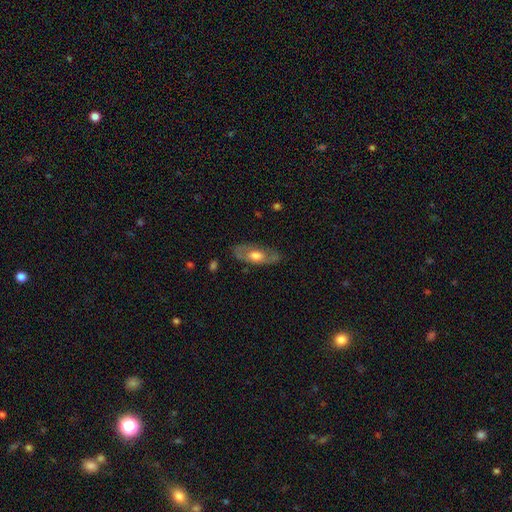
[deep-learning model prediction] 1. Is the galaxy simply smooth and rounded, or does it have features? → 48% featured or disk, 46% smooth, 6% star or artifact.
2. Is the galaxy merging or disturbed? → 75% none, 18% minor disturbance, 6% major disturbance, 2% merger.